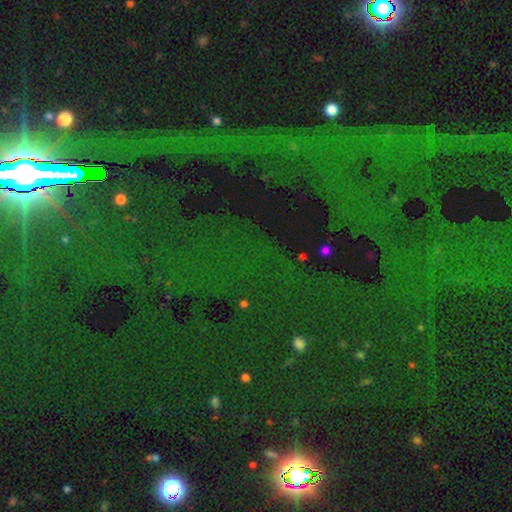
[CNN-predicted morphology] Smooth or featured? Predicted: star or artifact (p=0.84).